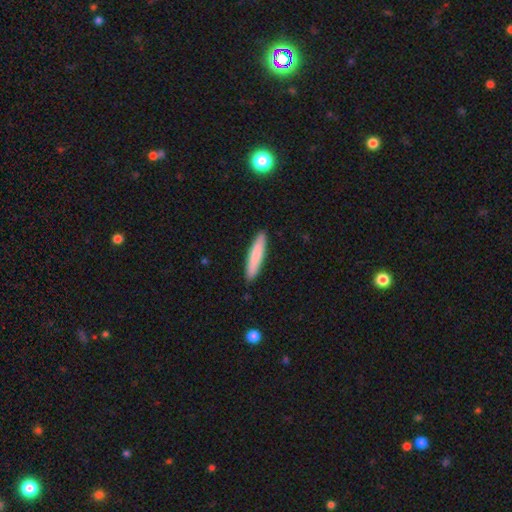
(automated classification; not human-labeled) A smooth galaxy with no disk features (81%) that is cigar-shaped (88%). Merging: none (90%).